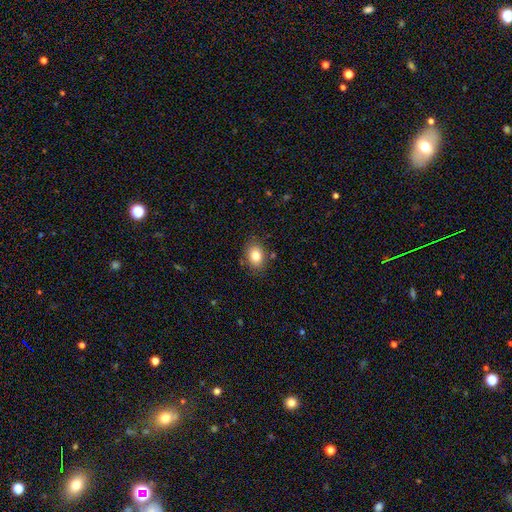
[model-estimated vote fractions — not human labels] Smooth or featured? Predicted: smooth (p=0.83). How rounded? Predicted: in between (p=0.68). Merging? Predicted: none (p=0.82).